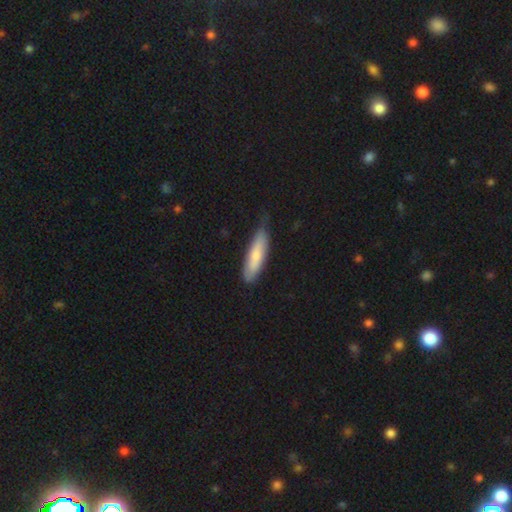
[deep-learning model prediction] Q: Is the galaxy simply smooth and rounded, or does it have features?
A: smooth — 67%.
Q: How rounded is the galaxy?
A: cigar-shaped — 75%.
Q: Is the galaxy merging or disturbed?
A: none — 76%.